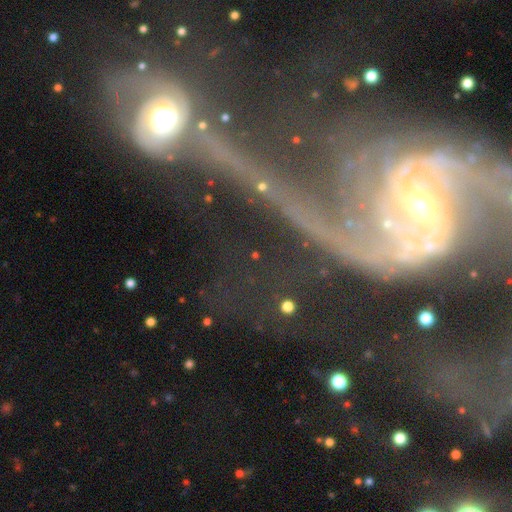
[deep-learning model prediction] star or artifact 48%, featured or disk 29%, smooth 22%.